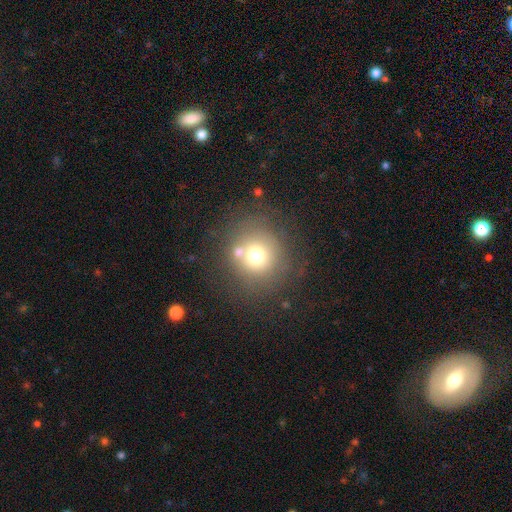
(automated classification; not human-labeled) Smooth or featured: smooth — 69% (star or artifact — 16%)
How rounded: round — 92% (in between — 7%)
Merging: none — 70% (minor disturbance — 12%)